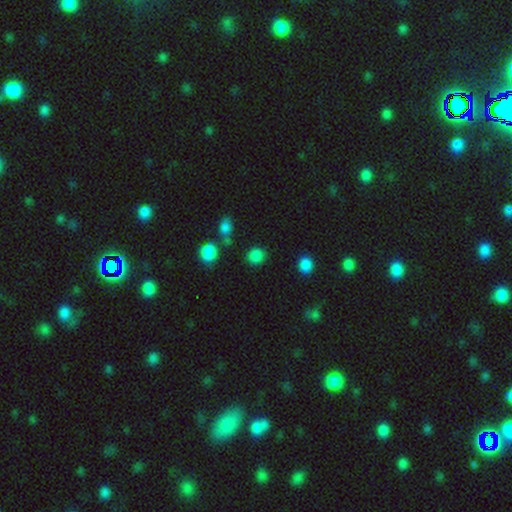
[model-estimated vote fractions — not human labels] smooth 84%, star or artifact 12%, featured or disk 4%. Down the decision tree: how rounded — round (84%); merging — none (83%).